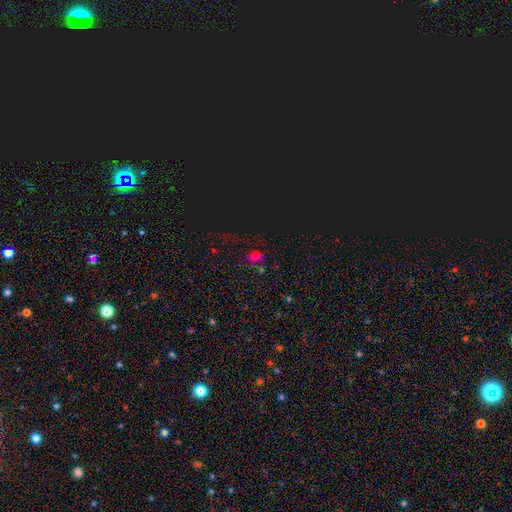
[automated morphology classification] A star or artifact, not a galaxy (52%).

Vote fractions:
- Smooth or featured? star or artifact: 52% / smooth: 39% / featured or disk: 9%